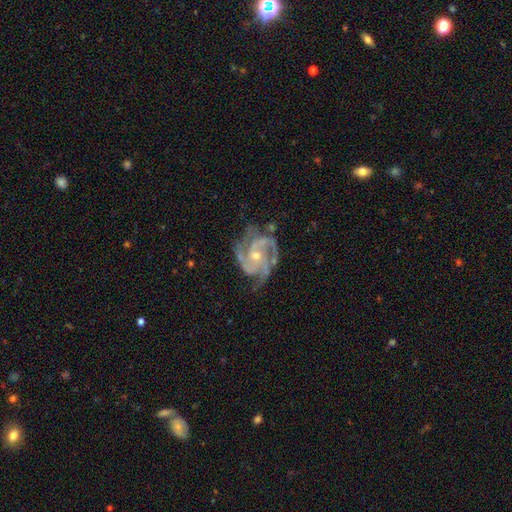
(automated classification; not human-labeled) This is clearly a featured or disk galaxy (92%). It is clearly not viewed edge-on (98%). Bar: likely no (64%). Spiral arm pattern: clearly yes (99%). Spiral arm count: likely 3 (61%). Spiral winding: possibly medium (48%). Central bulge: likely small (60%). Merging: likely none (70%).